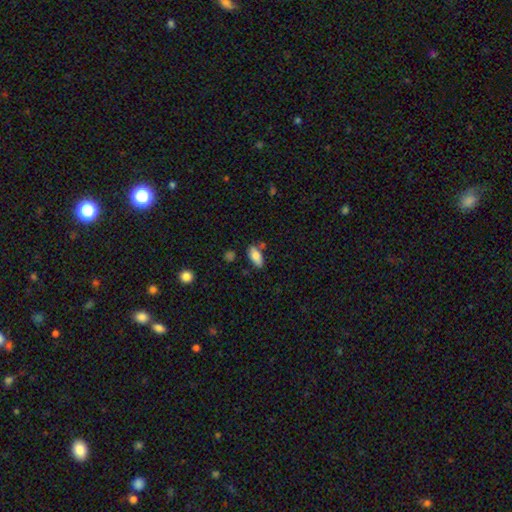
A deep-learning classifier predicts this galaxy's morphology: Smooth or featured? Predicted: smooth (p=0.82). How rounded? Predicted: in between (p=0.88). Merging? Predicted: none (p=0.69).